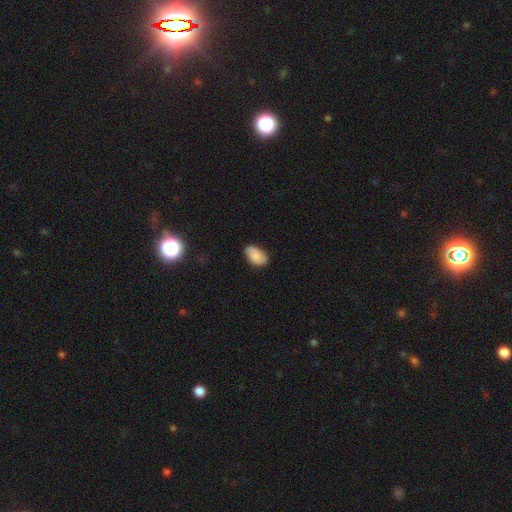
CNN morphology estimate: Overall: smooth (84%). How rounded: in between (92%). Merging: none (74%).